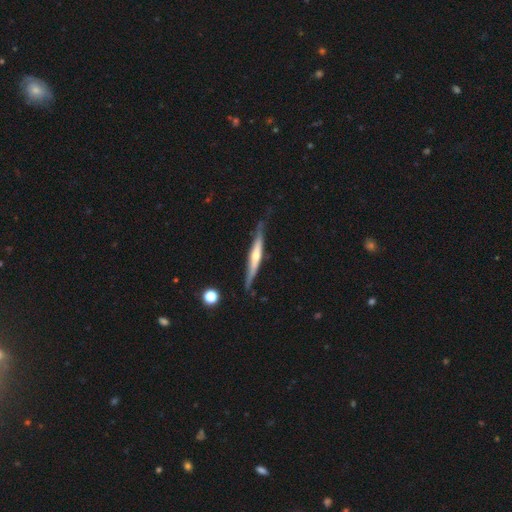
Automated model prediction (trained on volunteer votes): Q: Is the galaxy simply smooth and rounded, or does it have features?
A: featured or disk — 67%.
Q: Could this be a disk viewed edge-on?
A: yes — 95%.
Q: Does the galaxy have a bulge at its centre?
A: rounded — 78%.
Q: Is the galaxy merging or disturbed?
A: none — 76%.